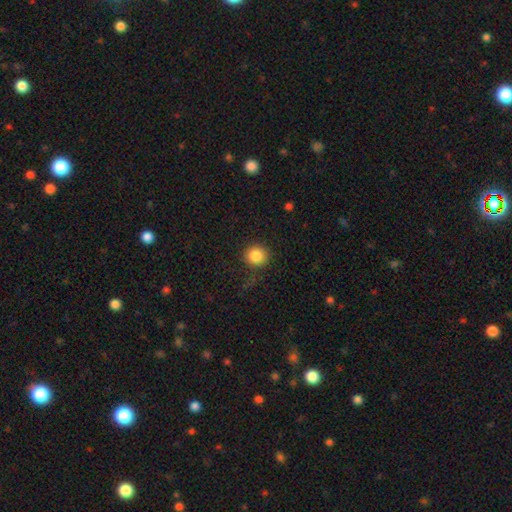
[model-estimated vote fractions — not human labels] Smooth or featured? smooth (85%)
How rounded? round (89%)
Merging? none (85%)